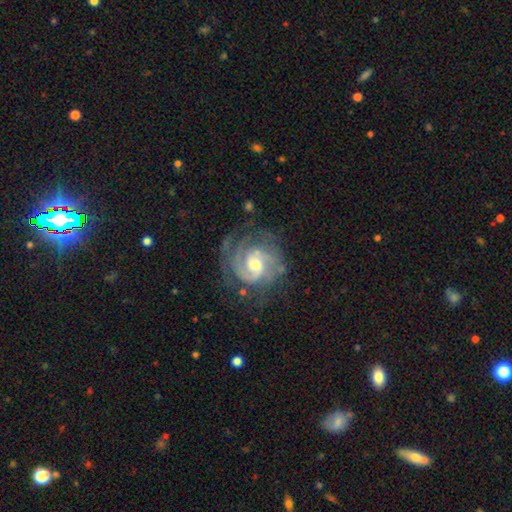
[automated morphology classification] A featured or disk galaxy (89%) with no bar (46%), 2 (52%) tight (61%) spiral arms (97%) and a moderate central bulge (59%).

Vote fractions:
- Smooth or featured? featured or disk: 89% / star or artifact: 6% / smooth: 5%
- Edge-on disk? no: 98% / yes: 2%
- Bar? no: 46% / weak: 43% / strong: 11%
- Spiral arms? yes: 97% / no: 3%
- Spiral winding? tight: 61% / medium: 33% / loose: 6%
- Spiral arm count? 2: 52% / 3: 18% / can't tell: 17% / 4: 5% / 1: 5% / more than 4: 4%
- Bulge size? moderate: 59% / small: 35% / large: 4% / none: 1% / dominant: 1%
- Merging? none: 71% / minor disturbance: 18% / major disturbance: 10% / merger: 1%